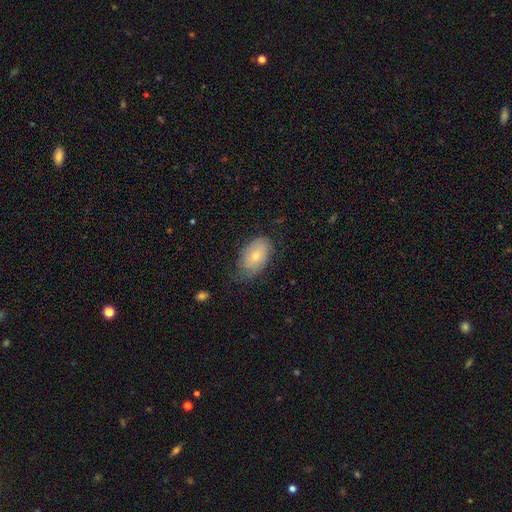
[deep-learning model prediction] smooth-or-featured: smooth: 71% | featured or disk: 22% | star or artifact: 7%
  how-rounded: in between: 92% | round: 7% | cigar-shaped: 1%
  merging: none: 63% | minor disturbance: 28% | major disturbance: 8% | merger: 1%